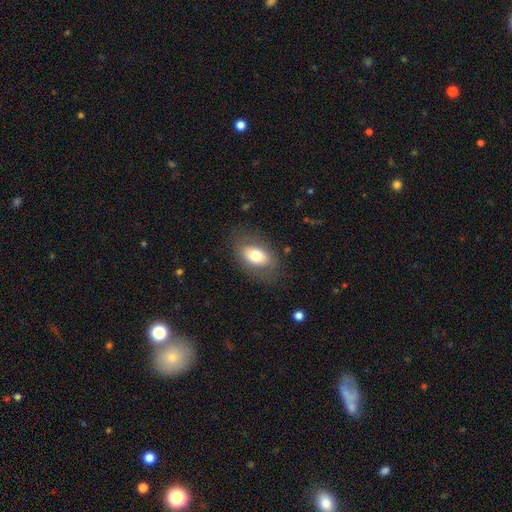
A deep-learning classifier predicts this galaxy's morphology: Smooth or featured? Predicted: smooth (p=0.71). How rounded? Predicted: in between (p=0.88). Merging? Predicted: none (p=0.78).